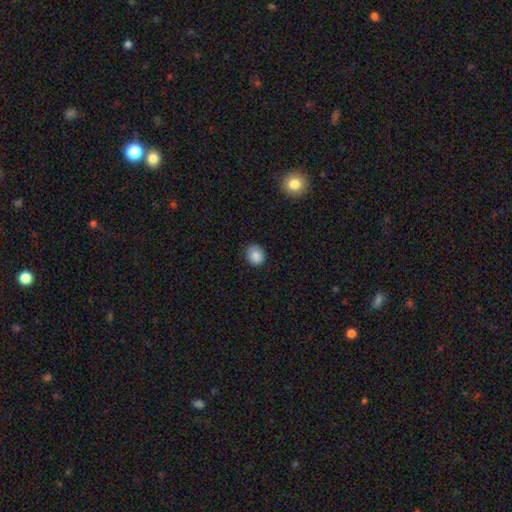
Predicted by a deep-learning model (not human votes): Smooth or featured? smooth (87%)
How rounded? round (66%)
Merging? none (84%)